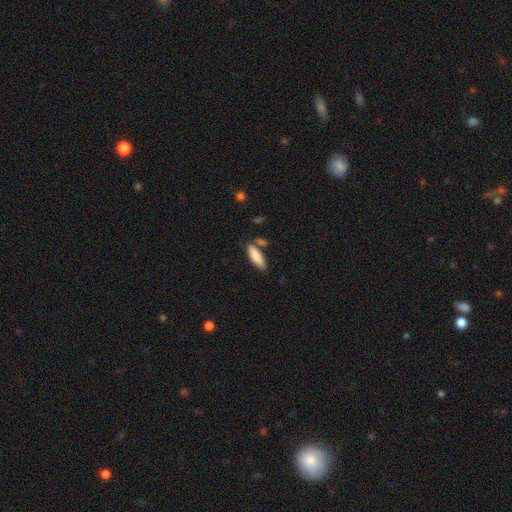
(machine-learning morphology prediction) Smooth or featured: smooth — 86% (featured or disk — 8%)
How rounded: in between — 52% (cigar-shaped — 46%)
Merging: none — 70% (minor disturbance — 15%)